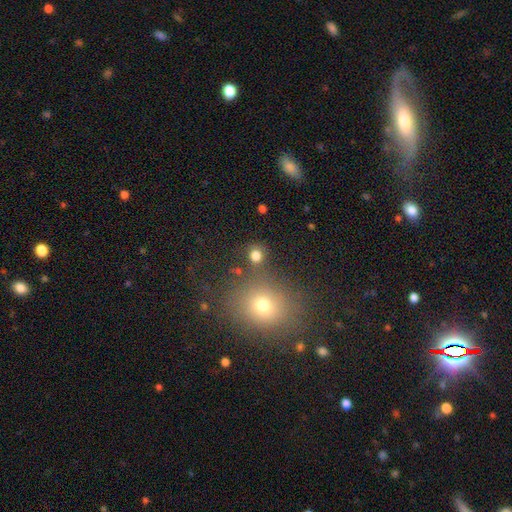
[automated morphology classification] smooth-or-featured: smooth: 78% | star or artifact: 16% | featured or disk: 6%
  how-rounded: round: 84% | in between: 15% | cigar-shaped: 1%
  merging: none: 77% | merger: 11% | minor disturbance: 8% | major disturbance: 4%